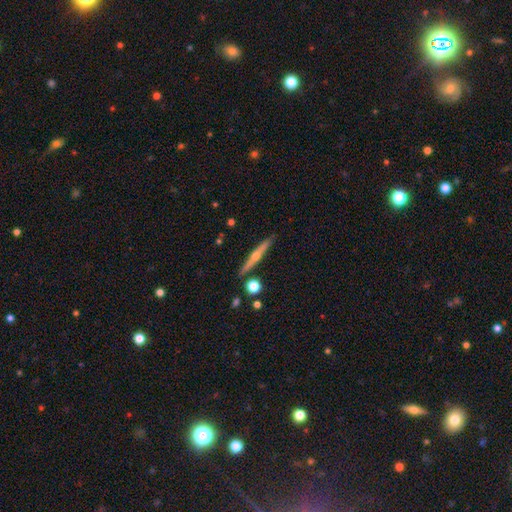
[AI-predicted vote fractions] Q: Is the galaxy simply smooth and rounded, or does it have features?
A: featured or disk — 74%.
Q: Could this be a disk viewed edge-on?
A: yes — 97%.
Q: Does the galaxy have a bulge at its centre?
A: rounded — 87%.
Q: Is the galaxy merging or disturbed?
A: none — 89%.